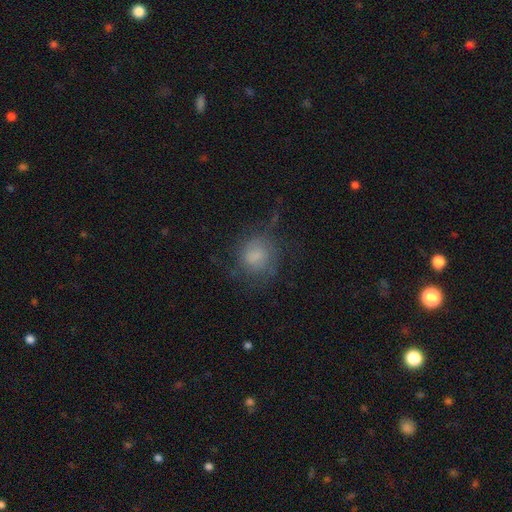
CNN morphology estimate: This is possibly a smooth galaxy (60%). How rounded: likely round (77%). Merging: possibly none (57%).